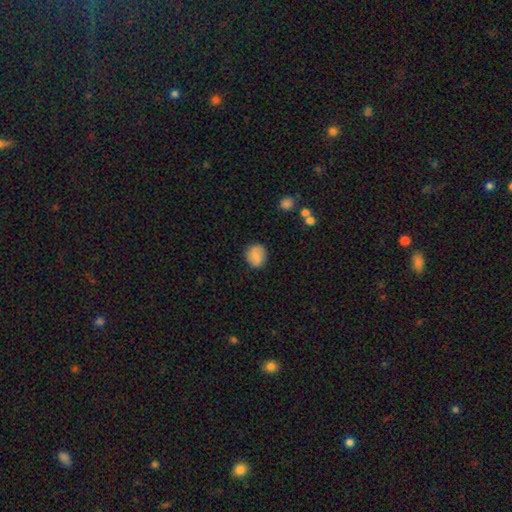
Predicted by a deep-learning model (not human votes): Morphology: type=smooth (82%); roundness=round (77%); merging=none (84%).